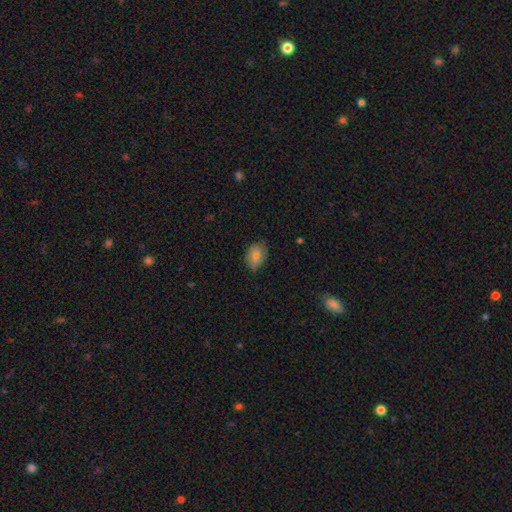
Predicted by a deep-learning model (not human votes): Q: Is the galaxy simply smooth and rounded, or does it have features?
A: smooth — 69%.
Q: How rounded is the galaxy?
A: in between — 80%.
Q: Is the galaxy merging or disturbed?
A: none — 74%.